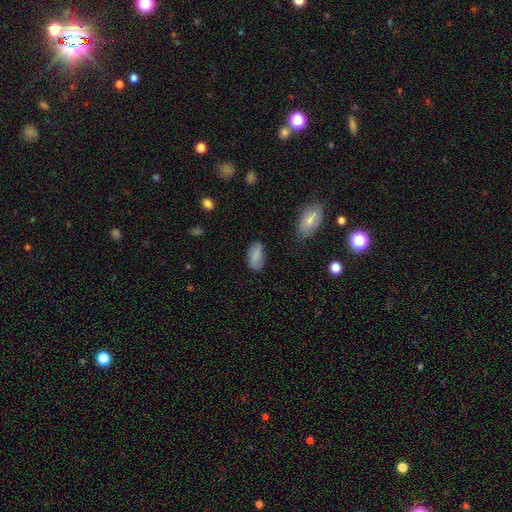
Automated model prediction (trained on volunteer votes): A smooth galaxy with no disk features (80%) that is in between round and cigar-shaped (93%). Merging: none (69%).